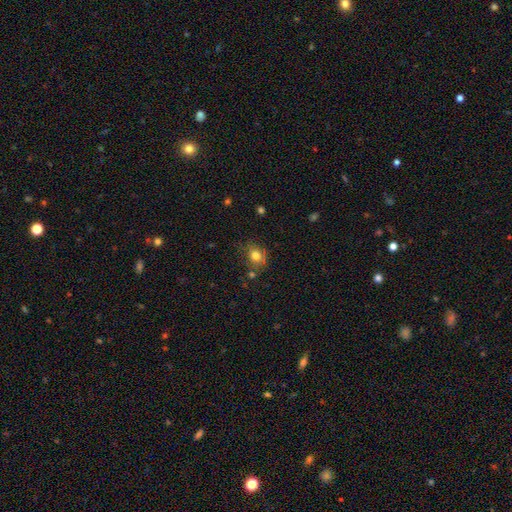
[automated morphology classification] Smooth or featured: smooth — 77% (star or artifact — 12%)
How rounded: round — 55% (in between — 44%)
Merging: none — 66% (minor disturbance — 21%)